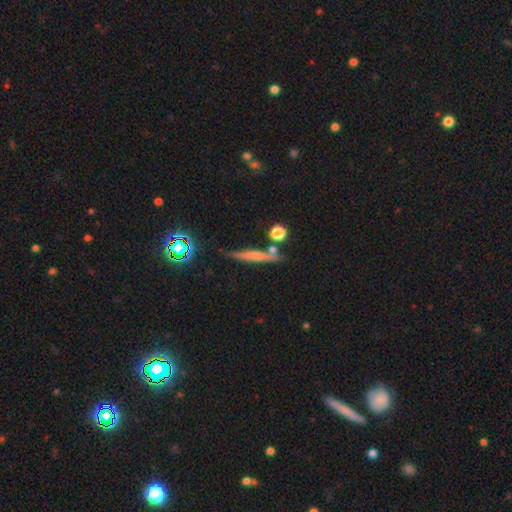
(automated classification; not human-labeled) This is possibly a smooth galaxy (50%). How rounded: clearly cigar-shaped (86%). Merging: likely none (76%).